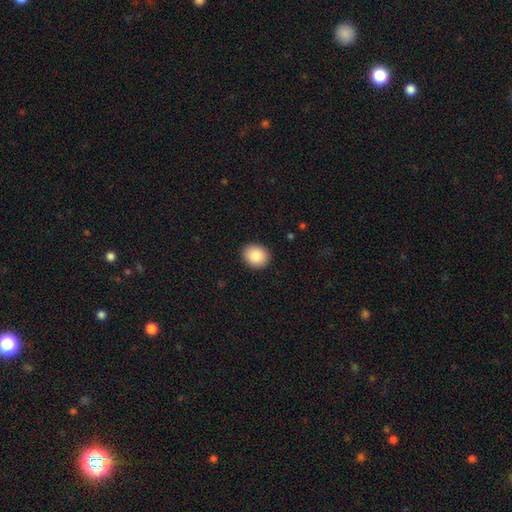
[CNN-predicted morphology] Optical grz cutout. It shows a smooth galaxy with no disk features (87%) that is round (66%). Merging: none (91%).